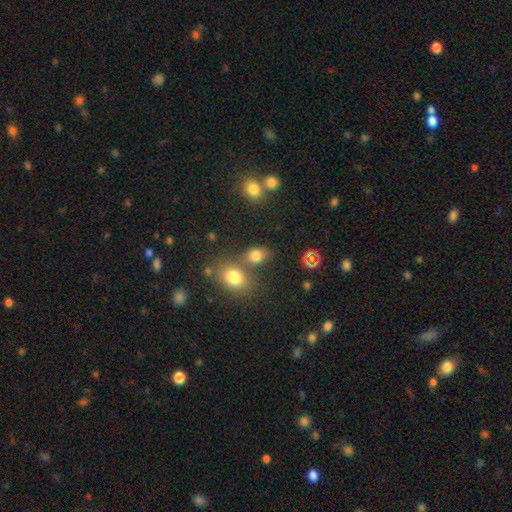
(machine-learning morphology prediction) The model was most divided on "how rounded": in between: 58%, round: 40%, cigar-shaped: 2%. More confident: smooth or featured — smooth (76%); merging — none (56%).